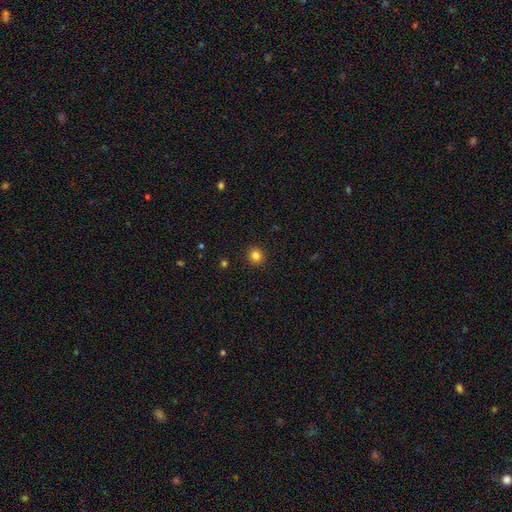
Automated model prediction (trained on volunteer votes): Smooth or featured?
  - smooth: 84% *
  - star or artifact: 12%
  - featured or disk: 5%
How rounded?
  - round: 87% *
  - in between: 12%
  - cigar-shaped: 1%
Merging?
  - none: 92% *
  - minor disturbance: 5%
  - major disturbance: 2%
  - merger: 1%